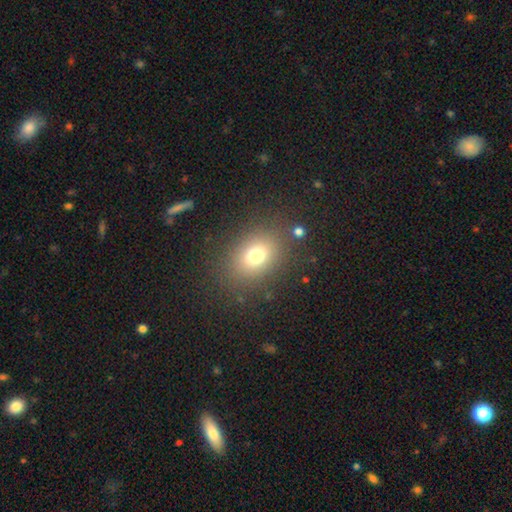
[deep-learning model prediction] Overall: smooth (72%). How rounded: in between (58%; round 41%). Merging: none (82%).